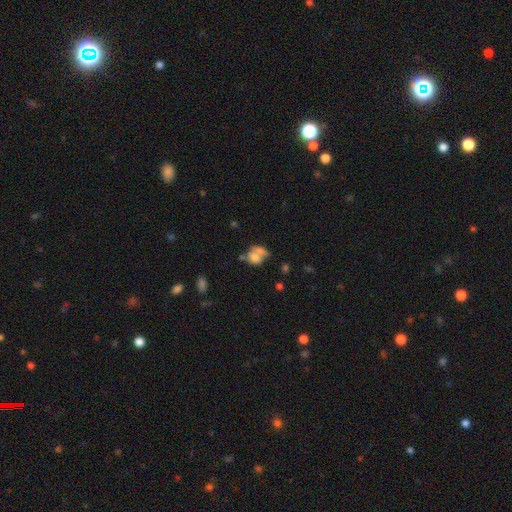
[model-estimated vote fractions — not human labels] Smooth or featured? smooth (65%)
How rounded? in between (53%)
Merging? merger (47%)